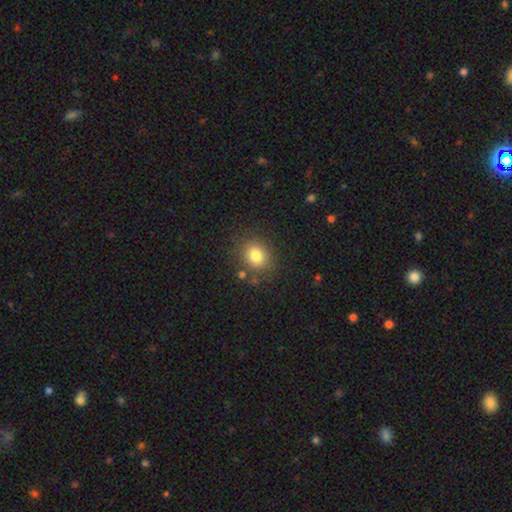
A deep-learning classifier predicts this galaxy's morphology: This appears to be a smooth galaxy with no disk features (81%) that is round (67%). Merging: none (82%).